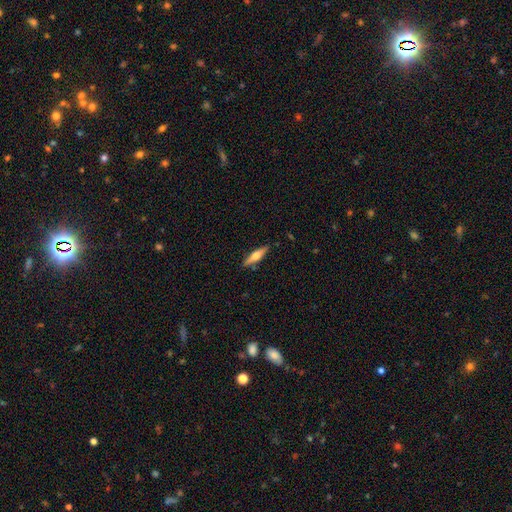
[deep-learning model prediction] The model was most divided on "smooth or featured": featured or disk: 50%, smooth: 44%, star or artifact: 6%. More confident: merging — none (86%).